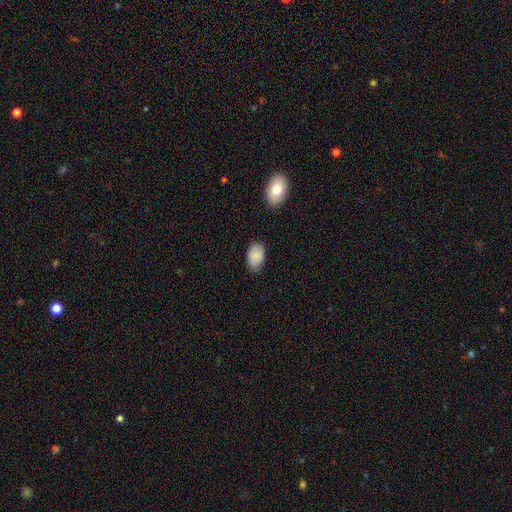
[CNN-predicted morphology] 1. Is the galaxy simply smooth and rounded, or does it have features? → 87% smooth, 7% star or artifact, 6% featured or disk.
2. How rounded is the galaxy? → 90% in between, 8% round, 1% cigar-shaped.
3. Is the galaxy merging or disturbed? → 75% none, 20% minor disturbance, 3% major disturbance, 2% merger.